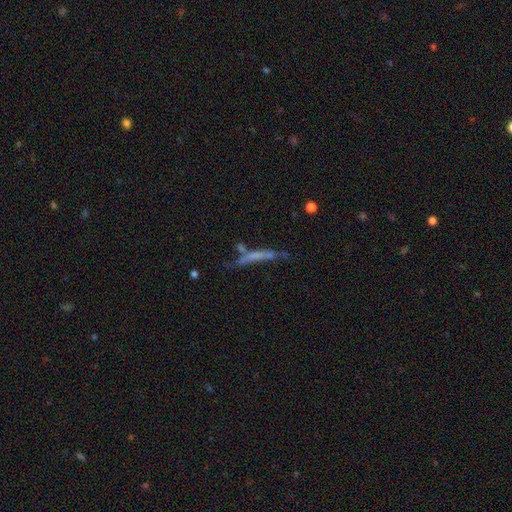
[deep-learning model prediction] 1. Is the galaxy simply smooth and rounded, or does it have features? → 44% featured or disk, 41% smooth, 14% star or artifact.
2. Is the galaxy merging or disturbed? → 43% none, 21% minor disturbance, 19% major disturbance, 17% merger.